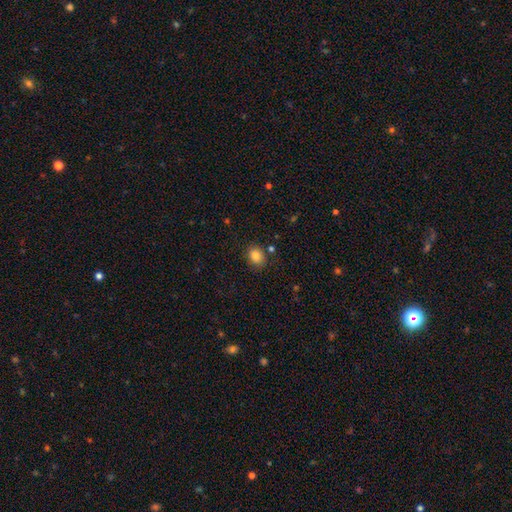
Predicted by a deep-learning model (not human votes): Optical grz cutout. It shows a smooth galaxy with no disk features (84%) that is round (51%). Merging: none (83%).